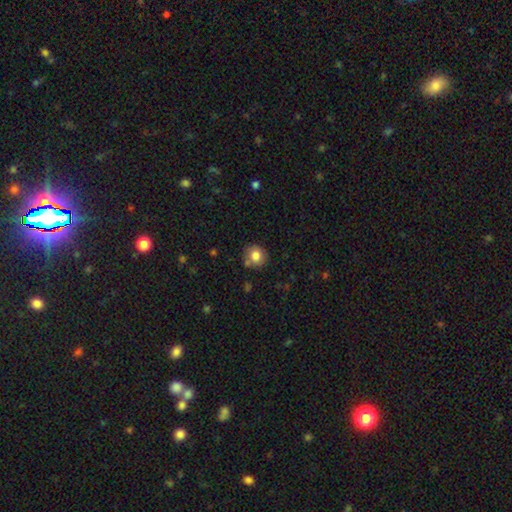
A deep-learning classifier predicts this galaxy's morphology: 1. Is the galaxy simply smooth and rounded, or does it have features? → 82% smooth, 10% star or artifact, 8% featured or disk.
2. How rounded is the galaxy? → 84% round, 15% in between, 1% cigar-shaped.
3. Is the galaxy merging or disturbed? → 77% none, 13% minor disturbance, 8% merger, 3% major disturbance.